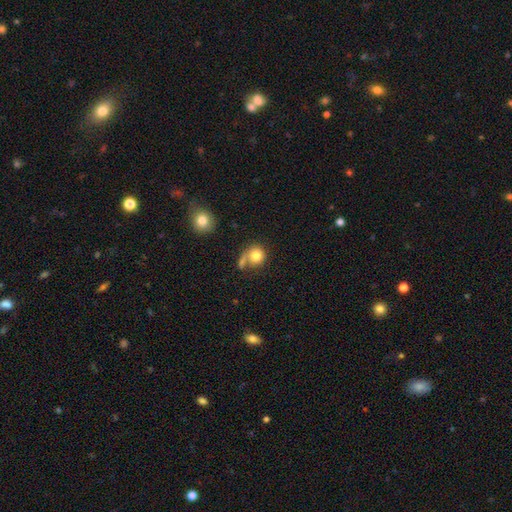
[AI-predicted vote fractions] Smooth or featured?
  - smooth: 80% *
  - featured or disk: 11%
  - star or artifact: 9%
How rounded?
  - round: 84% *
  - in between: 15%
  - cigar-shaped: 1%
Merging?
  - none: 48% *
  - merger: 26%
  - minor disturbance: 15%
  - major disturbance: 12%